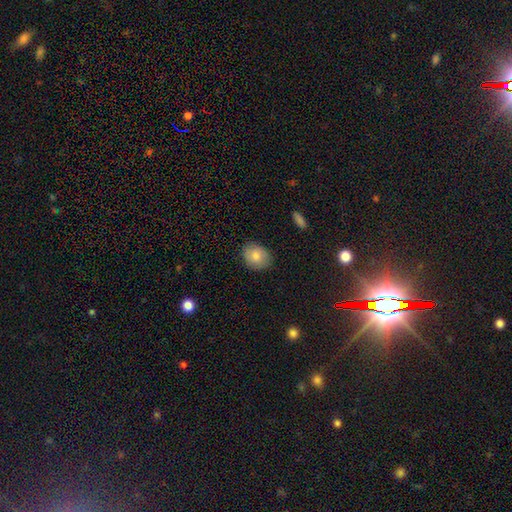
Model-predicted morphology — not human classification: This is likely a smooth galaxy (80%). How rounded: possibly in between (52%). Merging: clearly none (85%).